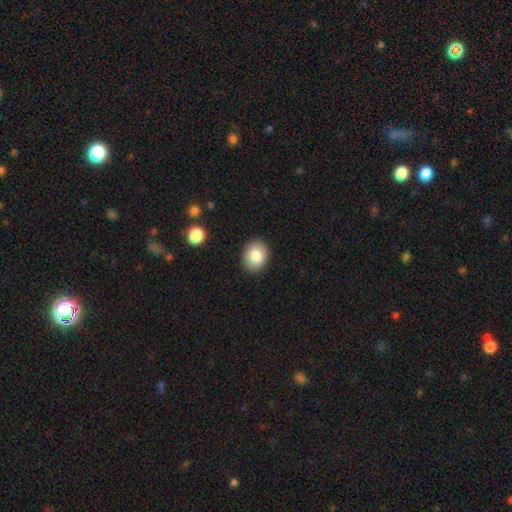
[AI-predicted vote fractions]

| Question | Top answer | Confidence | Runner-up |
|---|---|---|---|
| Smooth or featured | smooth | 84% | featured or disk (8%) |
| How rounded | in between | 54% | round (45%) |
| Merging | none | 89% | minor disturbance (8%) |